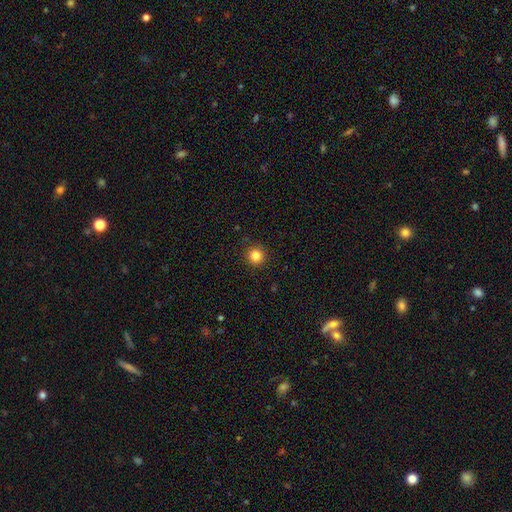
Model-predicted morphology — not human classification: Q: Smooth or featured?
A: smooth (84%); runner-up: star or artifact (12%)
Q: How rounded?
A: round (95%); runner-up: in between (4%)
Q: Merging?
A: none (92%); runner-up: minor disturbance (5%)